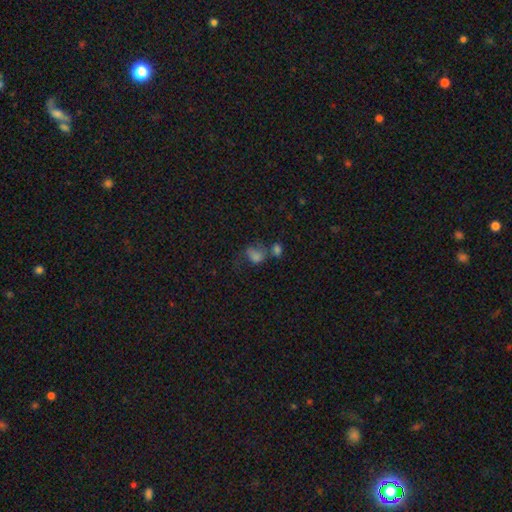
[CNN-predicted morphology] Smooth or featured?
  - smooth: 65% *
  - star or artifact: 21%
  - featured or disk: 13%
How rounded?
  - in between: 61% *
  - round: 37%
  - cigar-shaped: 2%
Merging?
  - merger: 36% *
  - none: 30%
  - minor disturbance: 17%
  - major disturbance: 17%